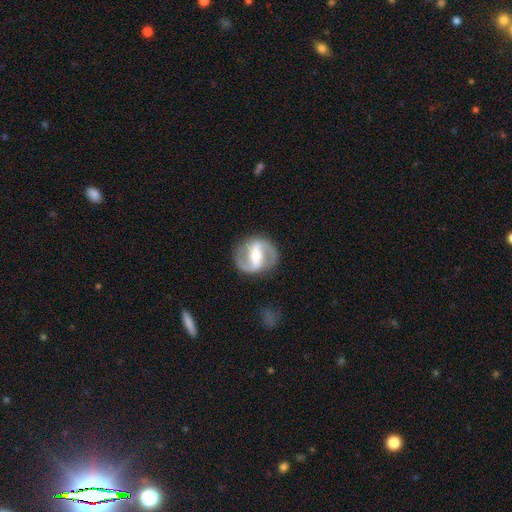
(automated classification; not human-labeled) Smooth or featured?
  - featured or disk: 88% *
  - smooth: 8%
  - star or artifact: 4%
Edge-on disk?
  - no: 97% *
  - yes: 3%
Bar?
  - strong: 59% *
  - weak: 29%
  - no: 12%
Spiral arms?
  - yes: 93% *
  - no: 7%
Spiral winding?
  - medium: 51% *
  - loose: 28%
  - tight: 21%
Spiral arm count?
  - 2: 93% *
  - can't tell: 3%
  - 1: 2%
  - 3: 1%
  - 4: 1%
  - more than 4: 1%
Bulge size?
  - moderate: 58% *
  - small: 36%
  - large: 4%
  - none: 1%
  - dominant: 1%
Merging?
  - none: 86% *
  - minor disturbance: 9%
  - major disturbance: 4%
  - merger: 1%